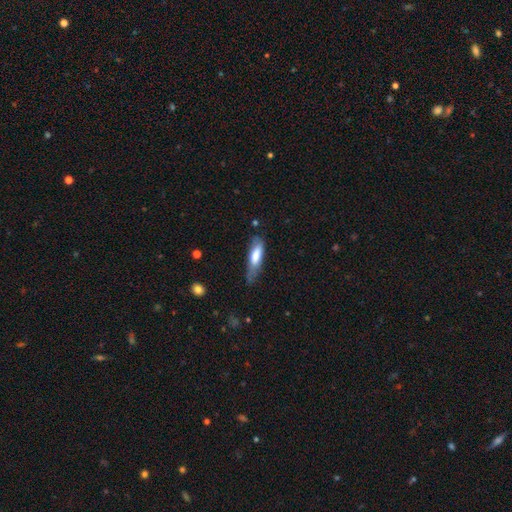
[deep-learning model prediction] smooth 67%, featured or disk 26%, star or artifact 6%. Down the decision tree: how rounded — cigar-shaped (57%); merging — none (49%).